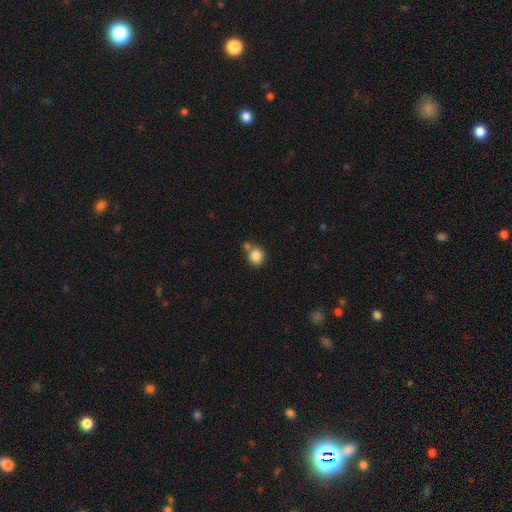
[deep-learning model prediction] Morphology: type=smooth (84%); roundness=round (76%); merging=none (59%).